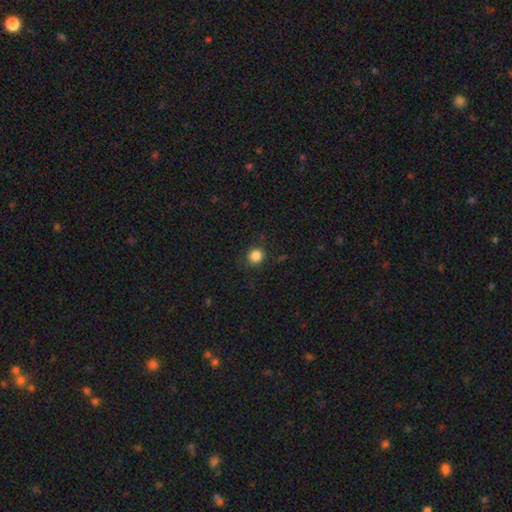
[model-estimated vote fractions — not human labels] Smooth or featured? smooth (85%)
How rounded? round (89%)
Merging? none (88%)